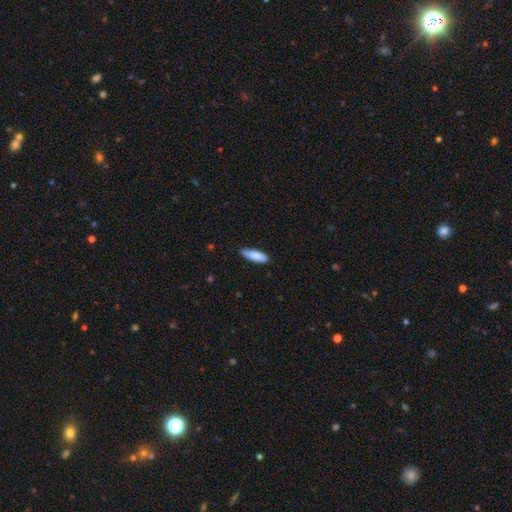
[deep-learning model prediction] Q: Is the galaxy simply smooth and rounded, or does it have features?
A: smooth — 88%.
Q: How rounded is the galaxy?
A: cigar-shaped — 51%.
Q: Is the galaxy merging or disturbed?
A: none — 84%.